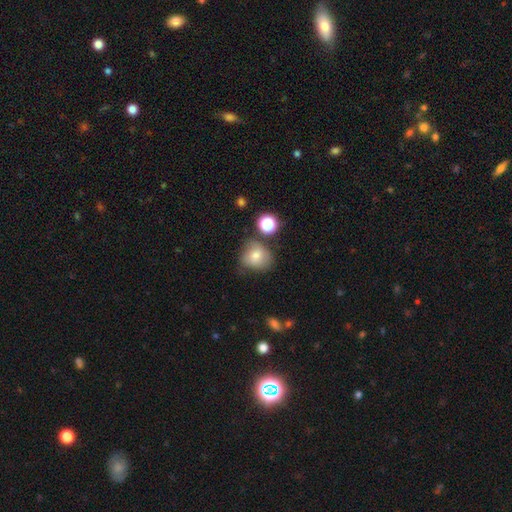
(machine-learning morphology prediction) type=smooth (71%); roundness=round (71%); merging=none (59%).